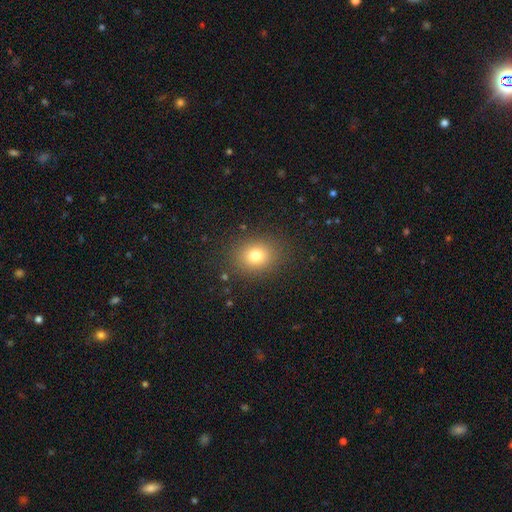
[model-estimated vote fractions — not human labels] Smooth or featured?
  - smooth: 78% *
  - star or artifact: 13%
  - featured or disk: 9%
How rounded?
  - round: 54% *
  - in between: 45%
  - cigar-shaped: 1%
Merging?
  - none: 86% *
  - minor disturbance: 9%
  - major disturbance: 4%
  - merger: 1%